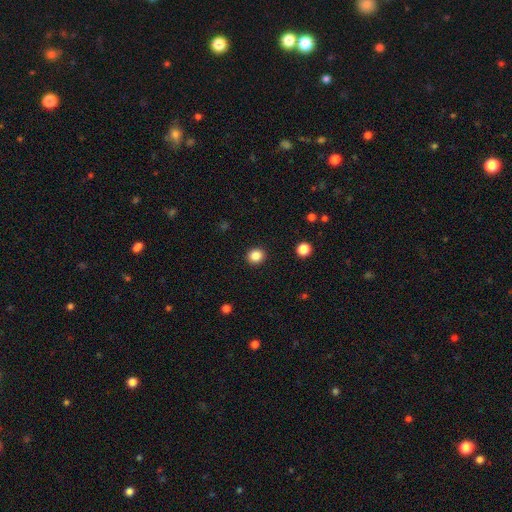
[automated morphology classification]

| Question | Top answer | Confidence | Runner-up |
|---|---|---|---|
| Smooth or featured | smooth | 86% | star or artifact (11%) |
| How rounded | round | 85% | in between (14%) |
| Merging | none | 92% | minor disturbance (5%) |